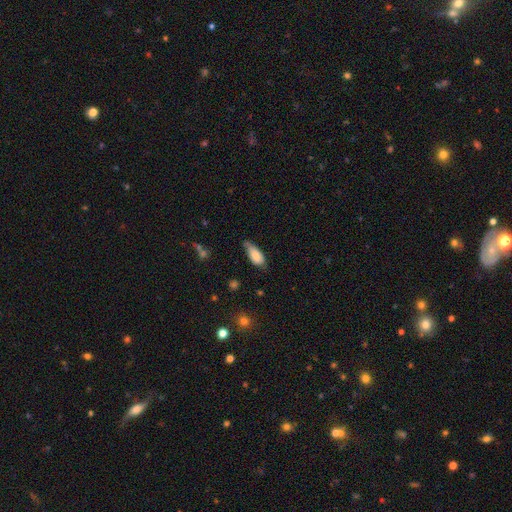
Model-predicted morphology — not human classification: A smooth galaxy with no disk features (81%) that is in between round and cigar-shaped (84%).

Vote fractions:
- Smooth or featured? smooth: 81% / featured or disk: 12% / star or artifact: 7%
- How rounded? in between: 84% / cigar-shaped: 13% / round: 2%
- Merging? none: 44% (tied) / minor disturbance: 44% (tied) / major disturbance: 10% / merger: 3%